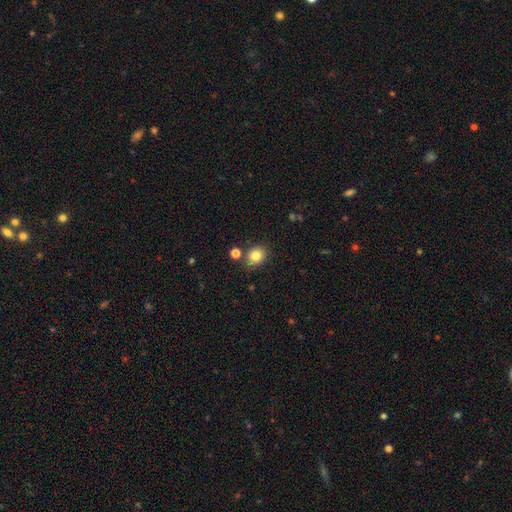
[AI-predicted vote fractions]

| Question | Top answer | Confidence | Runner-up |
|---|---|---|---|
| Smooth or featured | smooth | 82% | star or artifact (11%) |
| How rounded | round | 63% | in between (36%) |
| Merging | none | 79% | minor disturbance (11%) |